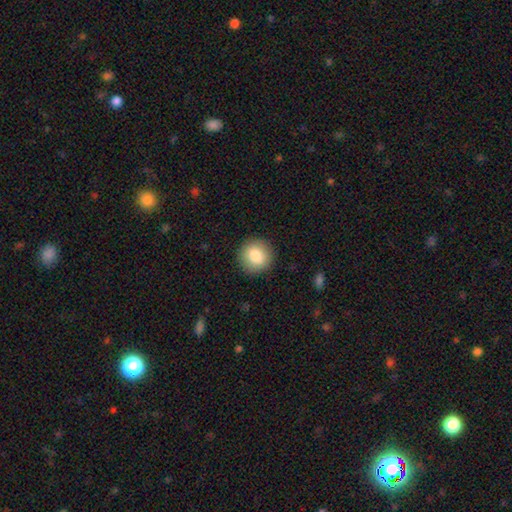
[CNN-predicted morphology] Q: Smooth or featured?
A: smooth (83%); runner-up: featured or disk (9%)
Q: How rounded?
A: round (92%); runner-up: in between (7%)
Q: Merging?
A: none (90%); runner-up: minor disturbance (6%)